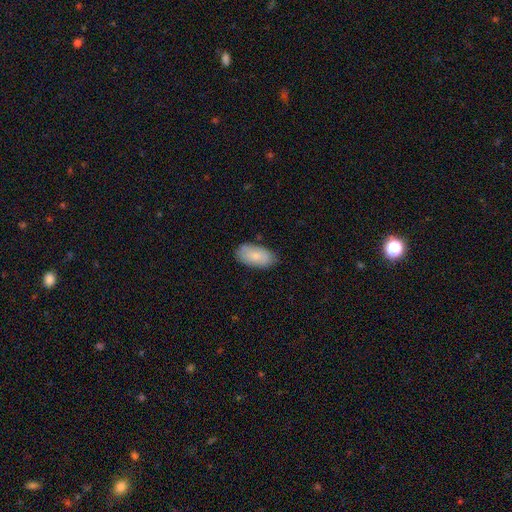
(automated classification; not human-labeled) smooth 81%, featured or disk 13%, star or artifact 6%. Down the decision tree: how rounded — in between (94%); merging — none (80%).